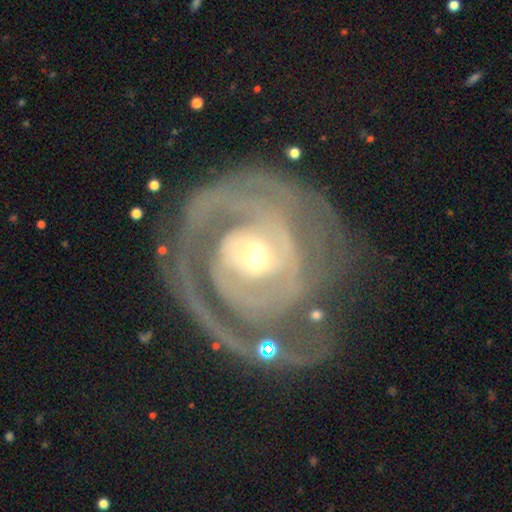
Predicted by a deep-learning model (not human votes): The model was most divided on "bulge size": moderate: 51%, small: 43%, large: 4%, dominant: 1%, none: 1%. Remaining: edge-on disk — no (97%); spiral arms — yes (93%); smooth or featured — featured or disk (88%); spiral winding — tight (69%); merging — none (54%); bar — no (49%); spiral arm count — 2 (38%).